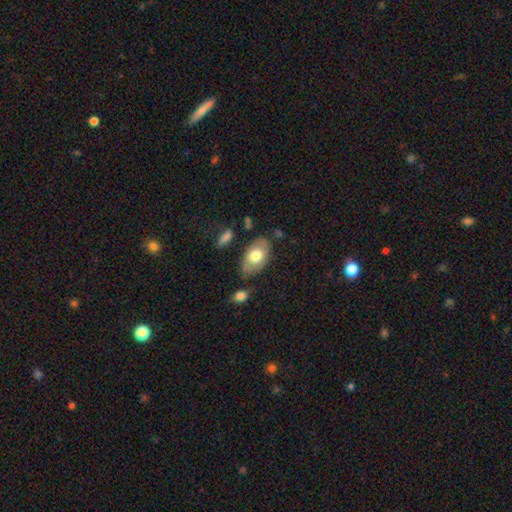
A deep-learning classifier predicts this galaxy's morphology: smooth-or-featured: smooth: 70% | featured or disk: 24% | star or artifact: 6%
  how-rounded: in between: 93% | round: 6% | cigar-shaped: 2%
  merging: none: 71% | minor disturbance: 19% | merger: 5% | major disturbance: 5%